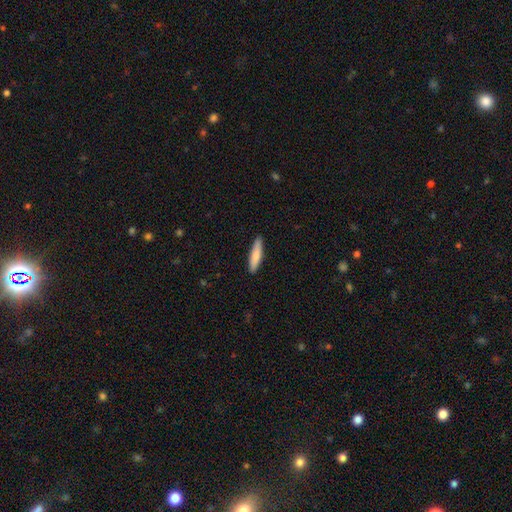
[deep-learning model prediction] smooth-or-featured: smooth: 78% | featured or disk: 17% | star or artifact: 5%
  how-rounded: cigar-shaped: 79% | in between: 20% | round: 1%
  merging: none: 90% | minor disturbance: 7% | major disturbance: 1% | merger: 1%